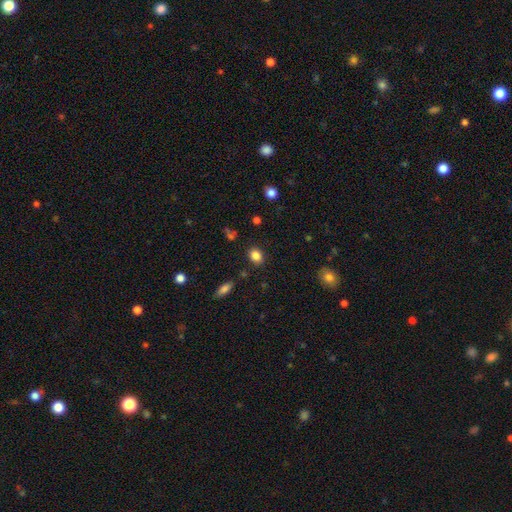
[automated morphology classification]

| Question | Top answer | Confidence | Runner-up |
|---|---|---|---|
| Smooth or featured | smooth | 84% | star or artifact (11%) |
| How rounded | in between | 58% | round (41%) |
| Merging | none | 86% | minor disturbance (9%) |